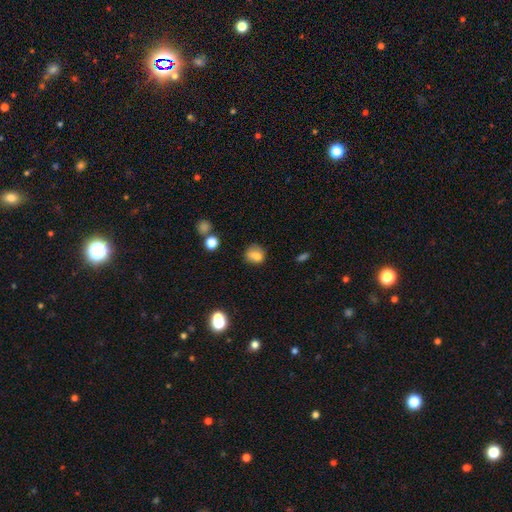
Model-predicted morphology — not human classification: Q: Smooth or featured?
A: smooth (77%); runner-up: star or artifact (13%)
Q: How rounded?
A: round (68%); runner-up: in between (31%)
Q: Merging?
A: none (56%); runner-up: minor disturbance (23%)